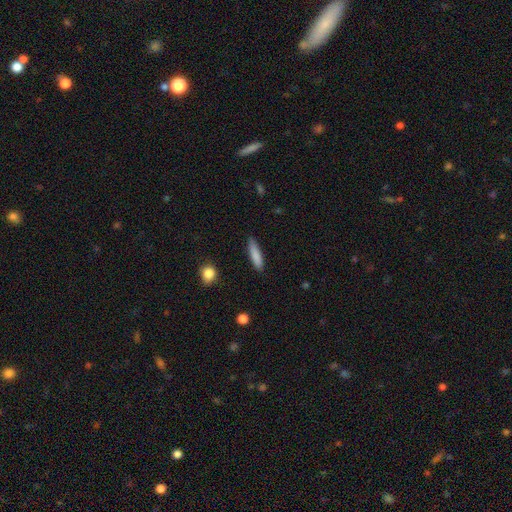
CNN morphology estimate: smooth_or_featured: smooth (p=0.84) [alt: featured or disk p=0.09]
how_rounded: cigar-shaped (p=0.78) [alt: in between p=0.21]
merging: none (p=0.85) [alt: minor disturbance p=0.12]